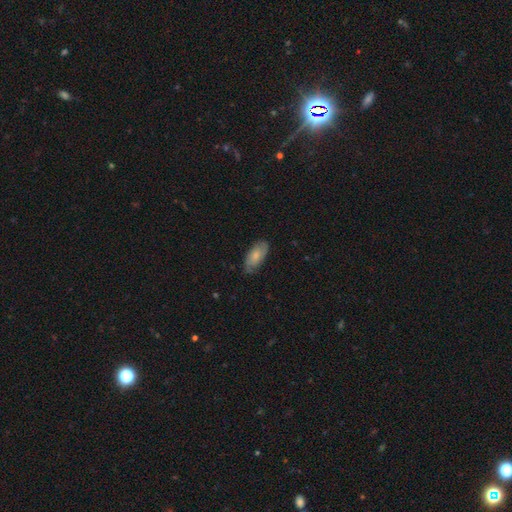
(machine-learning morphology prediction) Overall: smooth (64%; featured or disk 29%). How rounded: in between (90%). Merging: none (76%).